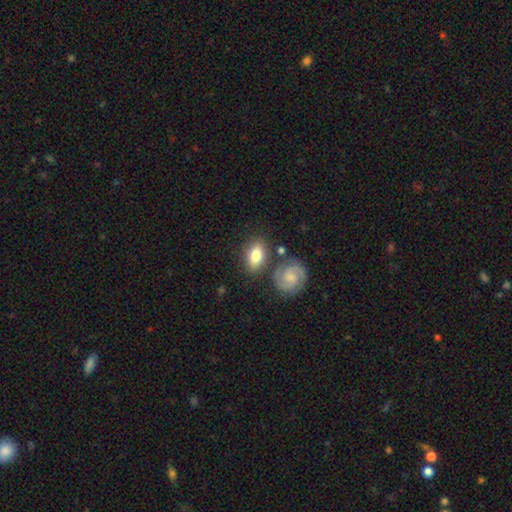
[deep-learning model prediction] smooth-or-featured: smooth: 73% | featured or disk: 20% | star or artifact: 6%
  how-rounded: in between: 82% | round: 14% | cigar-shaped: 4%
  merging: none: 72% | minor disturbance: 14% | merger: 10% | major disturbance: 4%